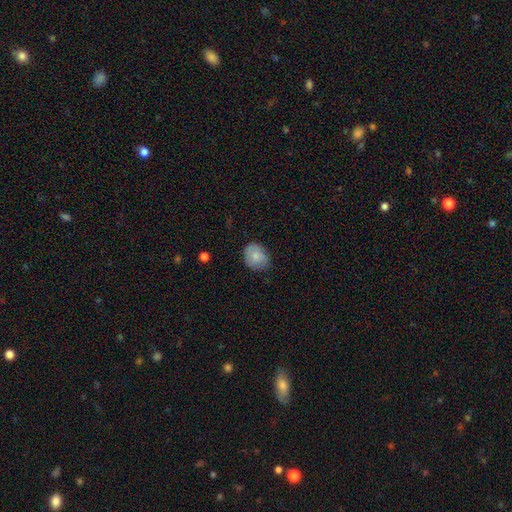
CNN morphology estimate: This appears to be a smooth galaxy with no disk features (80%) that is round (62%). Merging: none (76%).